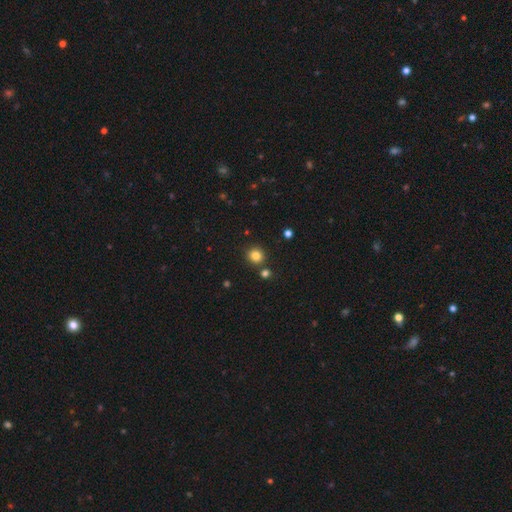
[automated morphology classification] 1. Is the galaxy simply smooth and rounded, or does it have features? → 82% smooth, 13% star or artifact, 5% featured or disk.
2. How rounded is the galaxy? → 90% round, 9% in between, 1% cigar-shaped.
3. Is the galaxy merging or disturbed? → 83% none, 8% merger, 7% minor disturbance, 2% major disturbance.